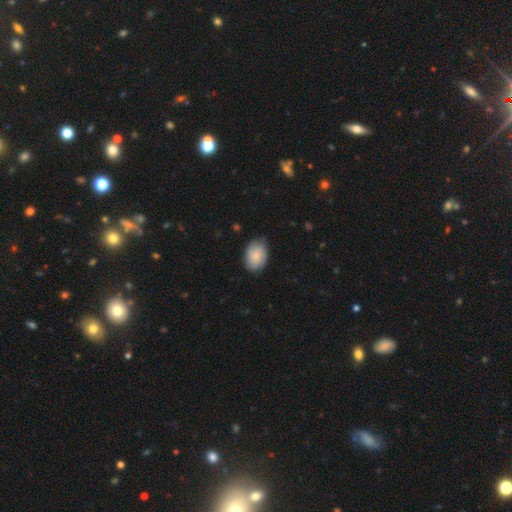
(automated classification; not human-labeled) This is clearly a smooth galaxy (83%). How rounded: clearly in between (80%). Merging: likely none (77%).